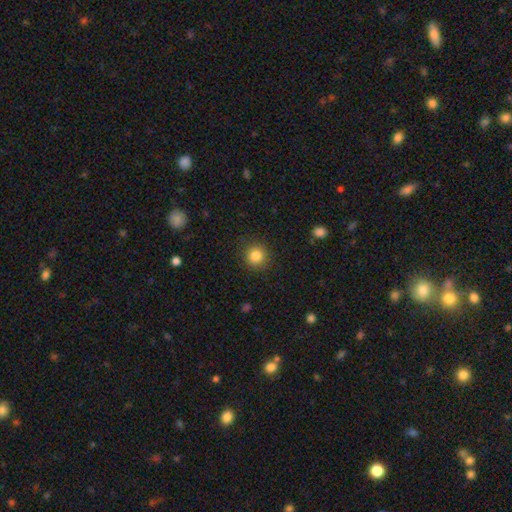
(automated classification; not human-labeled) smooth 84%, star or artifact 11%, featured or disk 5%. Down the decision tree: how rounded — round (92%); merging — none (89%).